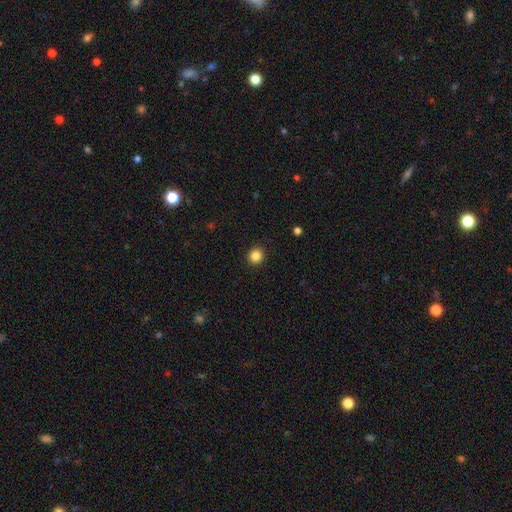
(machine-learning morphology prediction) type=smooth (84%); roundness=round (93%); merging=none (93%).